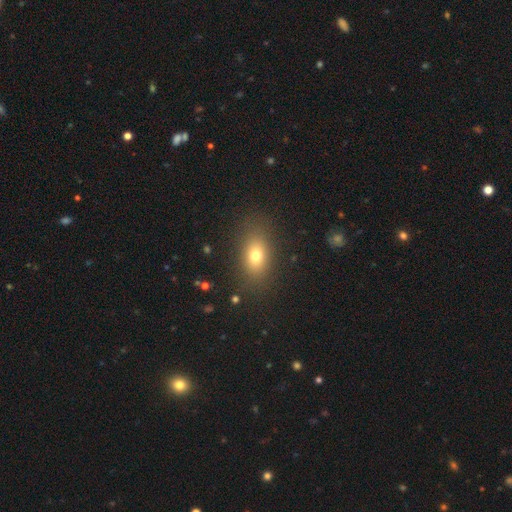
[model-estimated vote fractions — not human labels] A smooth galaxy with no disk features (75%) that is in between round and cigar-shaped (80%).

Vote fractions:
- Smooth or featured? smooth: 75% / featured or disk: 13% / star or artifact: 12%
- How rounded? in between: 80% / round: 16% / cigar-shaped: 5%
- Merging? none: 84% / minor disturbance: 10% / major disturbance: 4% / merger: 1%